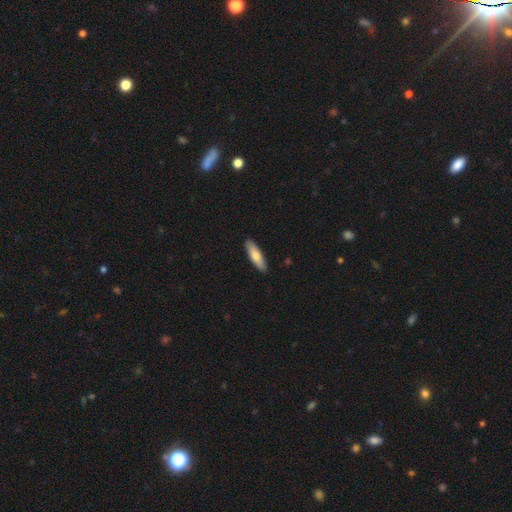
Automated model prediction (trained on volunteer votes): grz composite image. It shows a smooth galaxy with no disk features (73%) that is cigar-shaped (62%). Merging: none (91%).